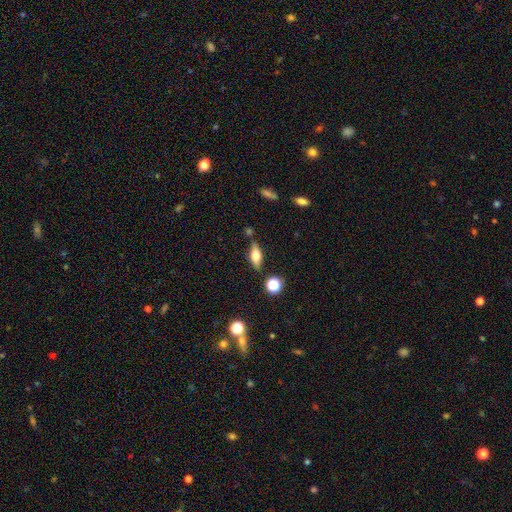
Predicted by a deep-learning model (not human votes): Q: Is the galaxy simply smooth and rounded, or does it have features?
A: smooth — 54%.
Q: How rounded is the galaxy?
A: in between — 68%.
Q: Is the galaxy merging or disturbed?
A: none — 77%.